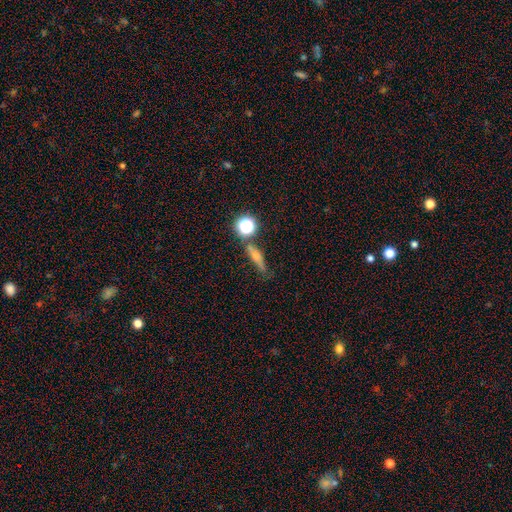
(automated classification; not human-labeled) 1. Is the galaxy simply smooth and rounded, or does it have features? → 60% smooth, 23% featured or disk, 17% star or artifact.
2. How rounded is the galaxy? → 63% cigar-shaped, 22% in between, 15% round.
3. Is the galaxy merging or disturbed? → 64% none, 18% minor disturbance, 10% merger, 8% major disturbance.